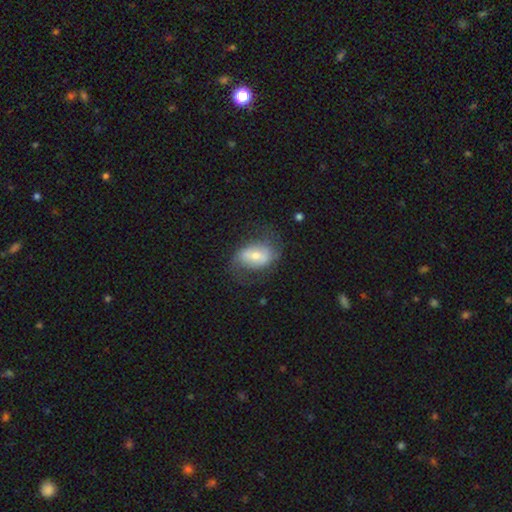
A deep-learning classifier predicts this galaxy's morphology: featured or disk 51%, smooth 41%, star or artifact 7%. Down the decision tree: edge-on disk — no (94%); merging — none (56%).